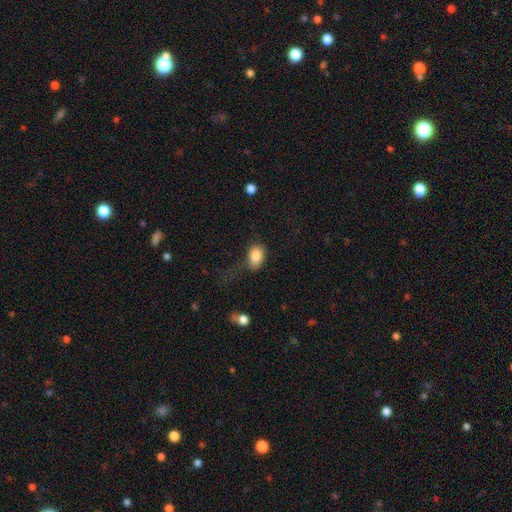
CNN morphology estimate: type=smooth (84%); roundness=in between (80%); merging=none (52%).